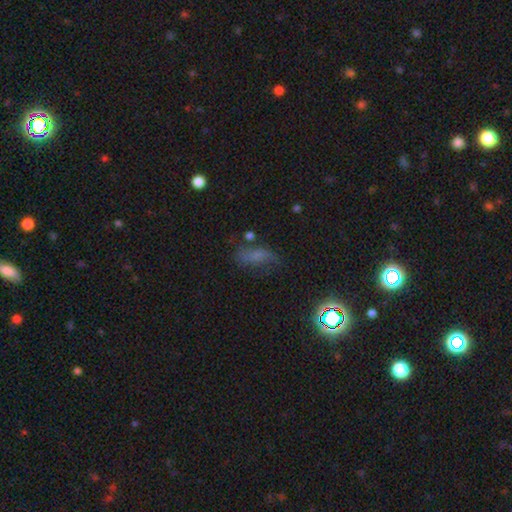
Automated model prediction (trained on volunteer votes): Smooth or featured? Predicted: smooth (p=0.51). How rounded? Predicted: in between (p=0.70). Merging? Predicted: none (p=0.51).